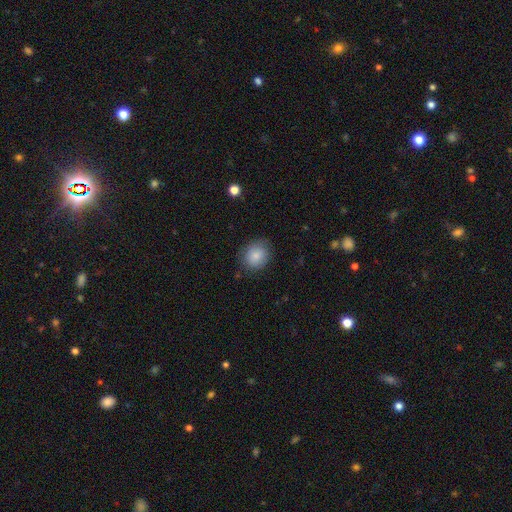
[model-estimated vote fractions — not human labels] The model was most divided on "how rounded": round: 71%, in between: 28%, cigar-shaped: 1%. More confident: smooth or featured — smooth (85%); merging — none (82%).